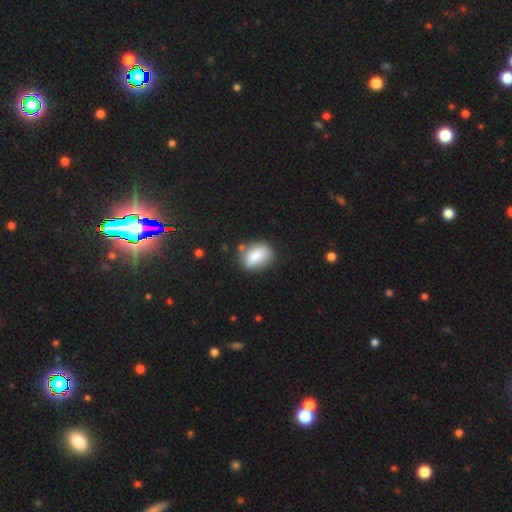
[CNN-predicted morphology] Q: Smooth or featured?
A: smooth (79%); runner-up: featured or disk (13%)
Q: How rounded?
A: in between (75%); runner-up: round (21%)
Q: Merging?
A: none (65%); runner-up: minor disturbance (21%)